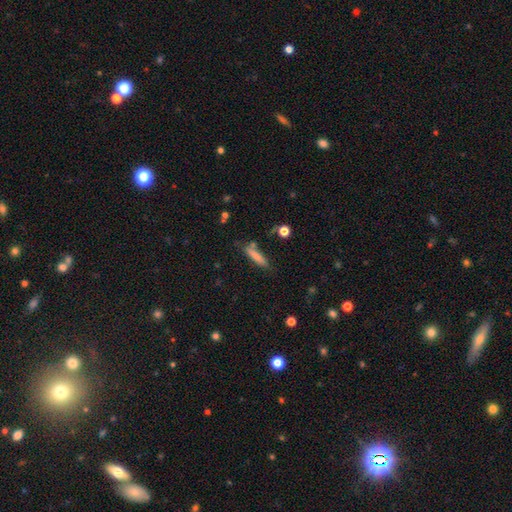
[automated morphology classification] Smooth or featured? smooth (75%)
How rounded? cigar-shaped (81%)
Merging? none (68%)